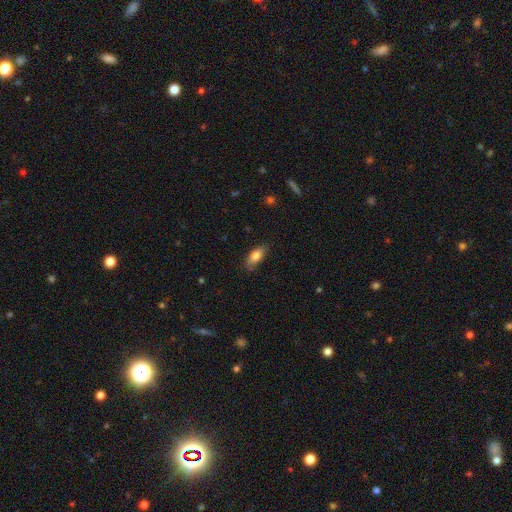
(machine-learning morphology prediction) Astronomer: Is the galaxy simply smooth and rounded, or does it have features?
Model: smooth — 78%.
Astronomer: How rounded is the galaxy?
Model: in between — 80%.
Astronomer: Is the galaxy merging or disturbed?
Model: none — 75%.